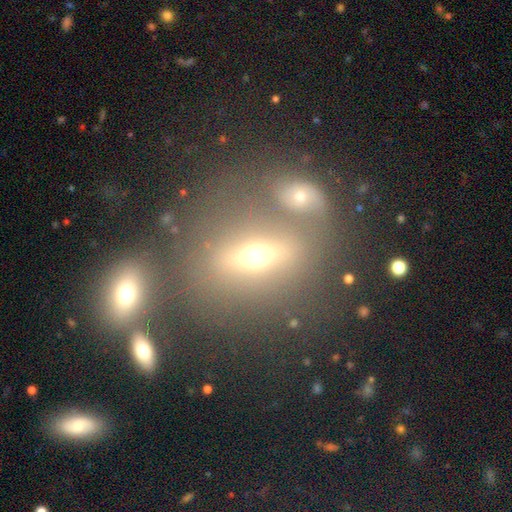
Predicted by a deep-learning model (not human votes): Smooth or featured?
  - featured or disk: 44% *
  - smooth: 40%
  - star or artifact: 17%
Merging?
  - none: 54% *
  - merger: 26%
  - minor disturbance: 12%
  - major disturbance: 8%